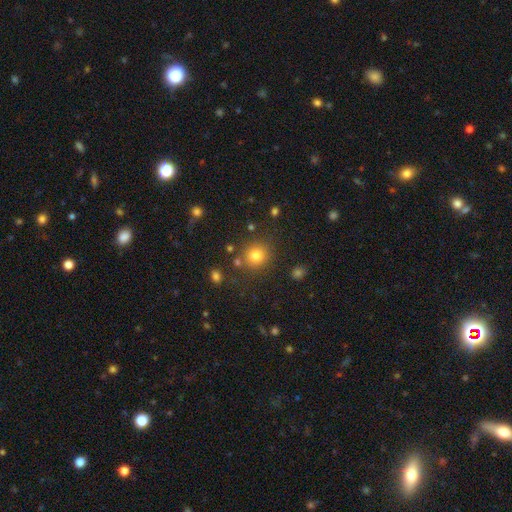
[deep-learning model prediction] Morphology: type=smooth (79%); roundness=round (88%); merging=none (82%).